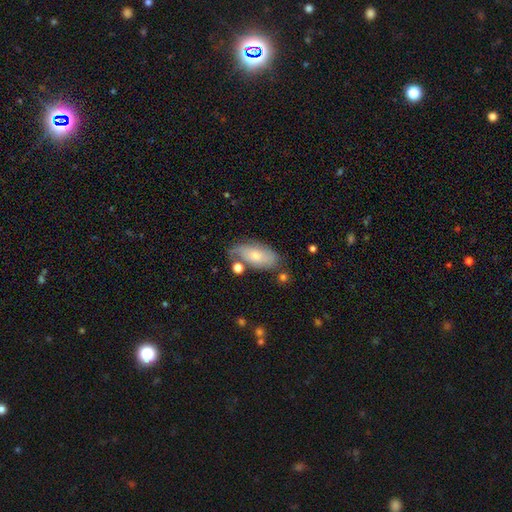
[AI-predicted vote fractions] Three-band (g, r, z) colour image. It shows a smooth galaxy with no disk features (60%) that is in between round and cigar-shaped (90%). Merging: none (56%).